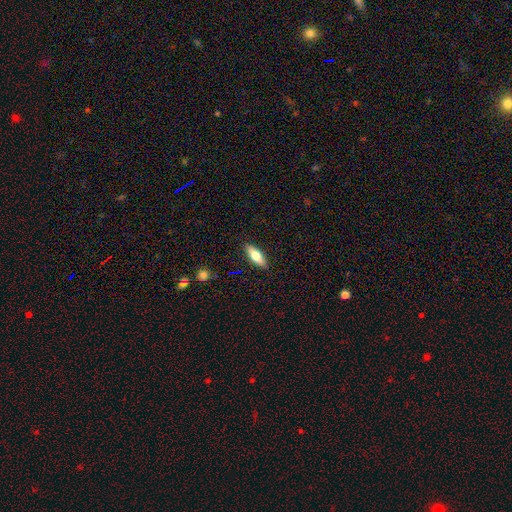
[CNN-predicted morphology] Smooth or featured? Predicted: smooth (p=0.62). How rounded? Predicted: in between (p=0.59). Merging? Predicted: none (p=0.88).